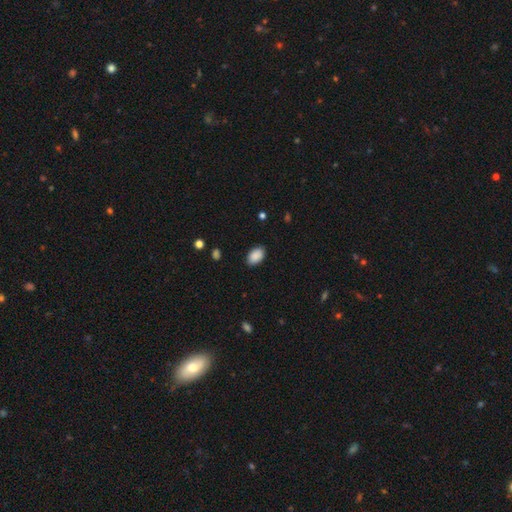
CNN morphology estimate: smooth 90%, star or artifact 7%, featured or disk 3%. Down the decision tree: how rounded — in between (91%); merging — none (86%).